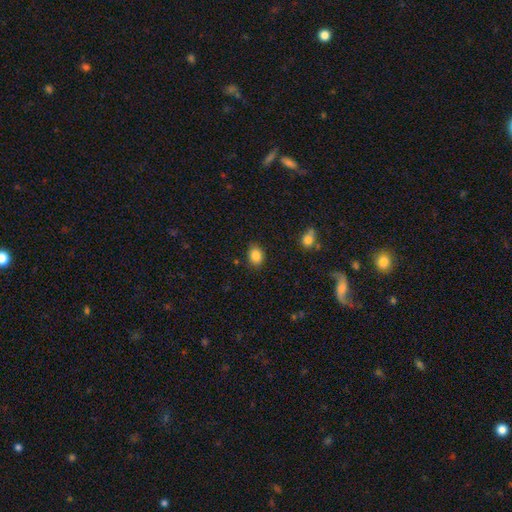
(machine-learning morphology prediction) Q: Smooth or featured?
A: smooth (85%); runner-up: star or artifact (9%)
Q: How rounded?
A: in between (58%); runner-up: round (41%)
Q: Merging?
A: none (84%); runner-up: minor disturbance (12%)